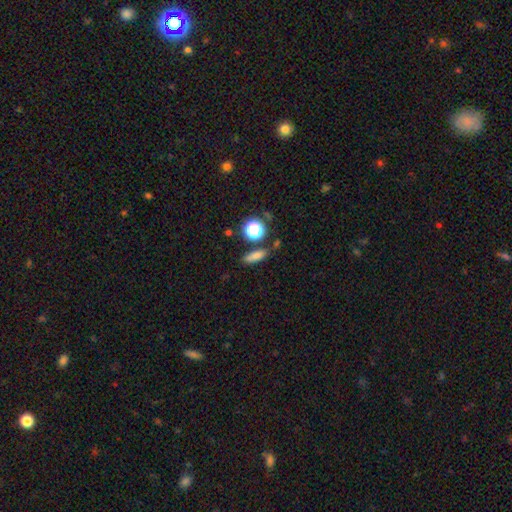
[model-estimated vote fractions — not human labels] smooth 75%, star or artifact 16%, featured or disk 10%. Down the decision tree: how rounded — in between (45%); merging — none (77%).